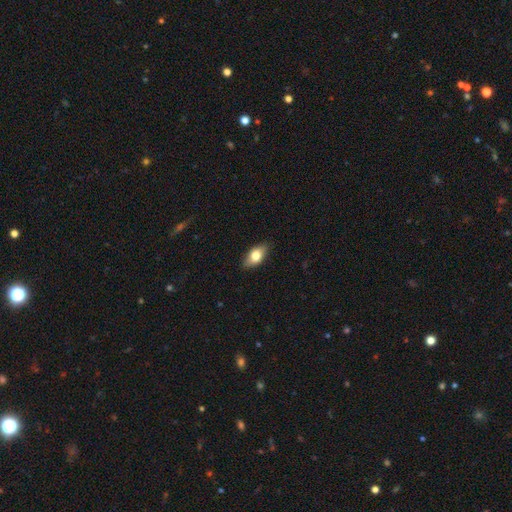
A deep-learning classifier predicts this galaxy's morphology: smooth-or-featured: smooth: 74% | featured or disk: 19% | star or artifact: 7%
  how-rounded: in between: 88% | round: 6% | cigar-shaped: 6%
  merging: none: 86% | minor disturbance: 11% | major disturbance: 2% | merger: 1%